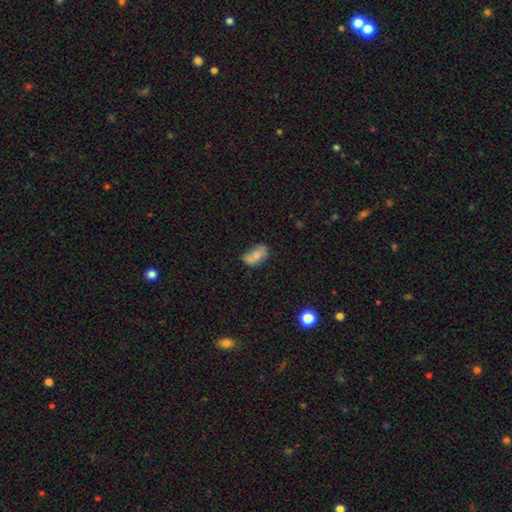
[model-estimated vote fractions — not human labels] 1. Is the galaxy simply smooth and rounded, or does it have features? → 72% smooth, 20% featured or disk, 9% star or artifact.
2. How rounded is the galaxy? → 90% in between, 7% round, 3% cigar-shaped.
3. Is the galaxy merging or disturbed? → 51% none, 29% minor disturbance, 11% merger, 8% major disturbance.